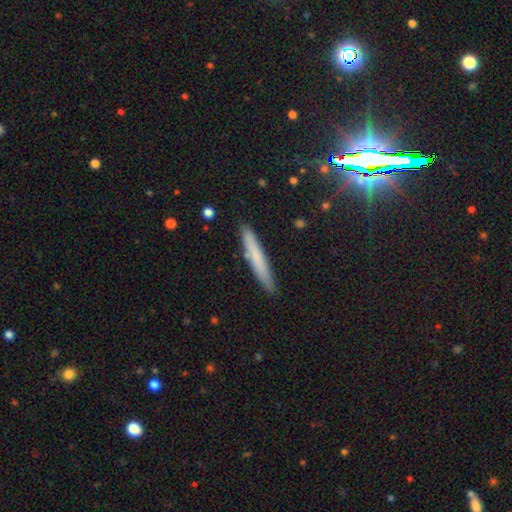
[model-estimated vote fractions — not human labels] Smooth or featured: smooth — 65% (featured or disk — 26%)
How rounded: cigar-shaped — 95% (in between — 3%)
Merging: none — 89% (minor disturbance — 8%)